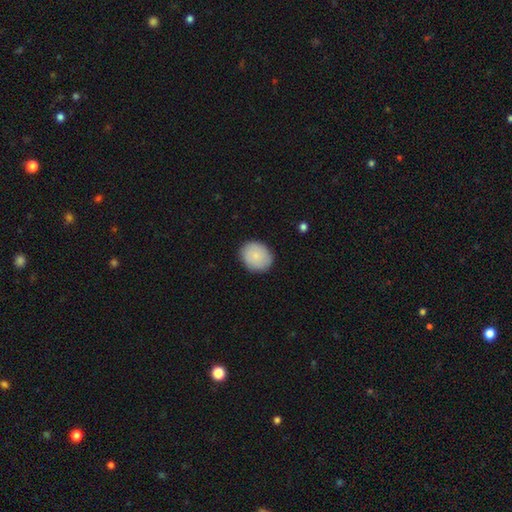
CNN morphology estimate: The model was most divided on "how rounded": round: 71%, in between: 28%, cigar-shaped: 1%. More confident: merging — none (86%); smooth or featured — smooth (83%).